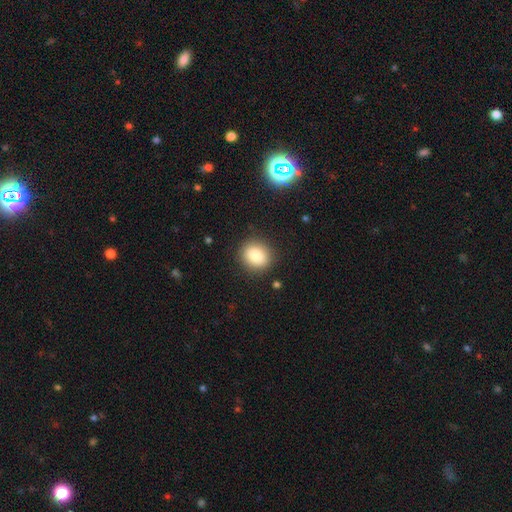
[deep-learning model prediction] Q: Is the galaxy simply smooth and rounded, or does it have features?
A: smooth — 85%.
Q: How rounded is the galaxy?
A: round — 74%.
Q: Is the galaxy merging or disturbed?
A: none — 87%.